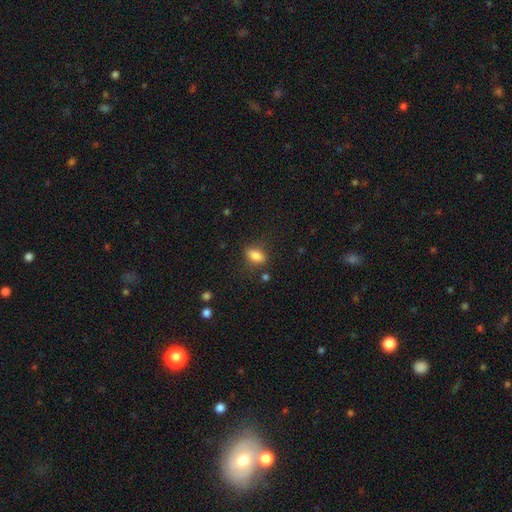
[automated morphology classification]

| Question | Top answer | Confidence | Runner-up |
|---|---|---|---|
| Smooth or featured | smooth | 81% | featured or disk (10%) |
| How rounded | in between | 81% | cigar-shaped (12%) |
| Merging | none | 79% | minor disturbance (14%) |